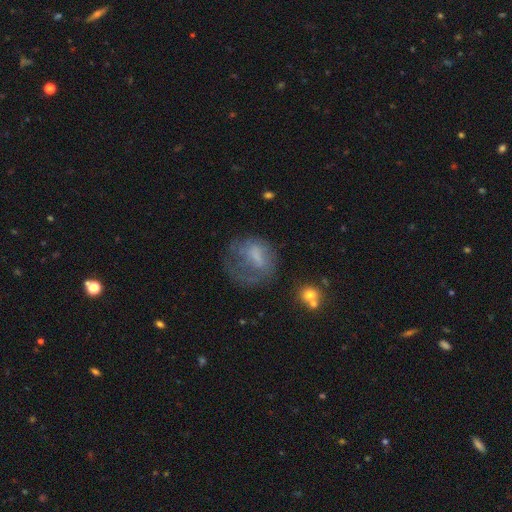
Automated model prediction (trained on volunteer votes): The model was most divided on "merging": major disturbance: 38%, none: 36%, minor disturbance: 22%, merger: 4%. Remaining: smooth or featured — smooth (46%).